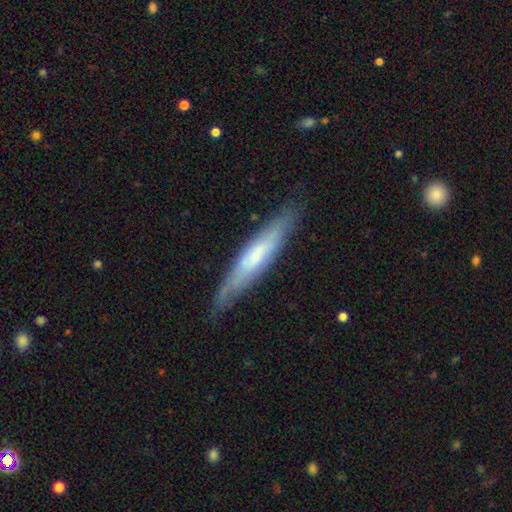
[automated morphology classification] The model was most divided on "smooth or featured": featured or disk: 51%, smooth: 43%, star or artifact: 6%. More confident: merging — none (82%); edge-on disk — yes (82%).